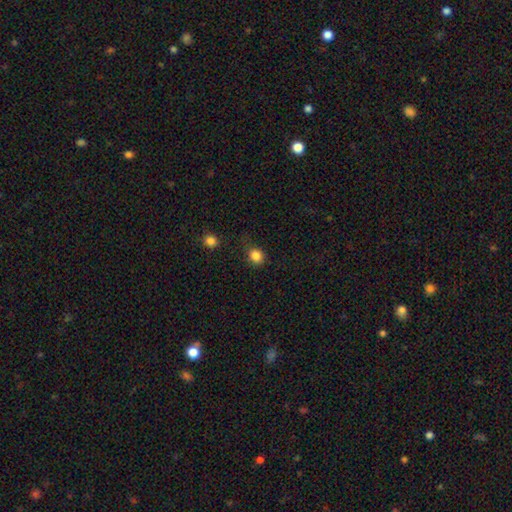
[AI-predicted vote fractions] Smooth or featured: smooth — 84% (star or artifact — 12%)
How rounded: round — 75% (in between — 24%)
Merging: none — 73% (minor disturbance — 18%)